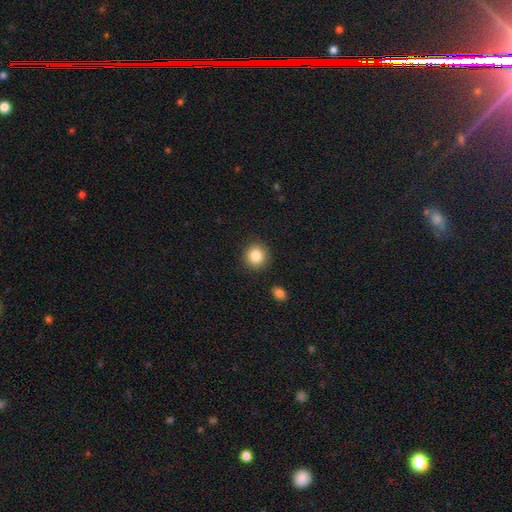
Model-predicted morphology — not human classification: Overall: smooth (85%). How rounded: round (91%). Merging: none (90%).